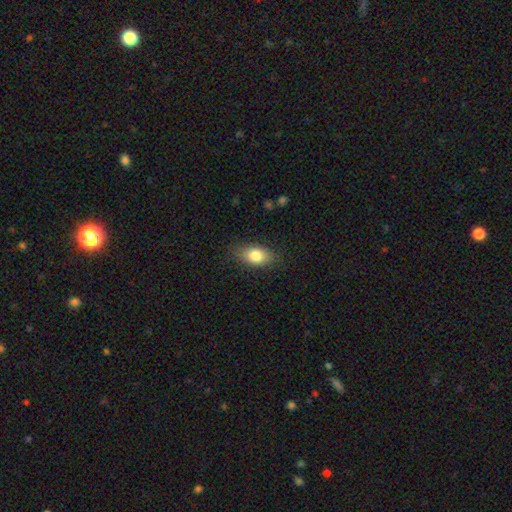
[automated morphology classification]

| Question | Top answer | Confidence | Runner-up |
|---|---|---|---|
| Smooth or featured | smooth | 81% | featured or disk (11%) |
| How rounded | in between | 88% | round (8%) |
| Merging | none | 82% | minor disturbance (14%) |